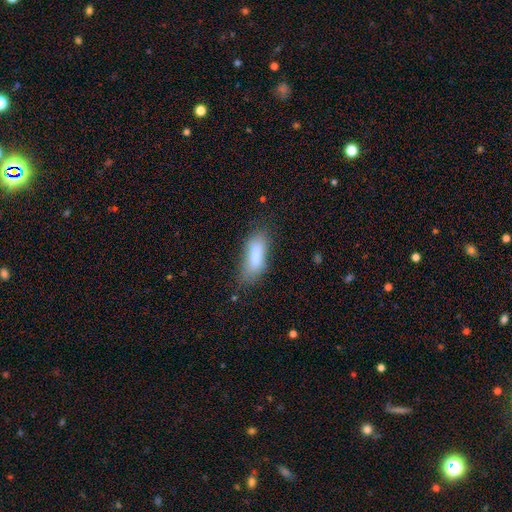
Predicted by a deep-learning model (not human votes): smooth_or_featured: smooth (p=0.80) [alt: featured or disk p=0.12]
how_rounded: in between (p=0.71) [alt: cigar-shaped p=0.27]
merging: none (p=0.63) [alt: minor disturbance p=0.25]